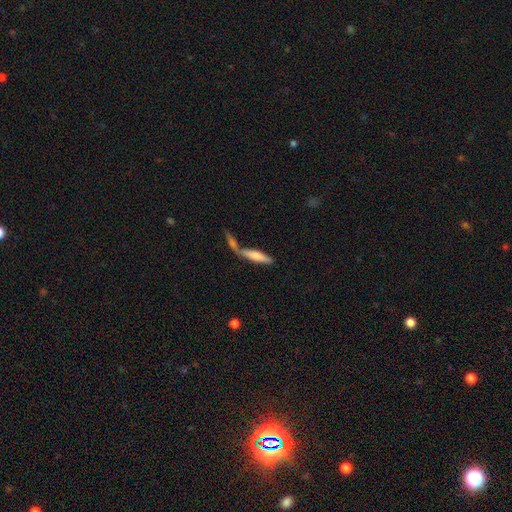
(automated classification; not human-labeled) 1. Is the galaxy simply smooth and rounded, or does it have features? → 66% smooth, 27% featured or disk, 6% star or artifact.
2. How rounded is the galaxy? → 73% cigar-shaped, 25% in between, 2% round.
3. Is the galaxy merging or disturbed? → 46% merger, 39% none, 10% minor disturbance, 5% major disturbance.